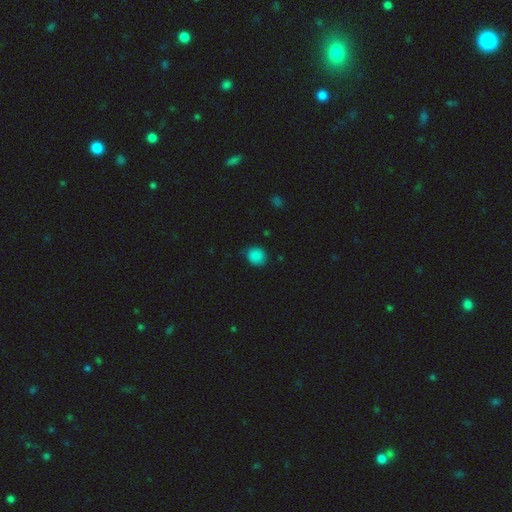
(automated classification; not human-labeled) A smooth galaxy with no disk features (85%) that is round (81%). Merging: none (80%).